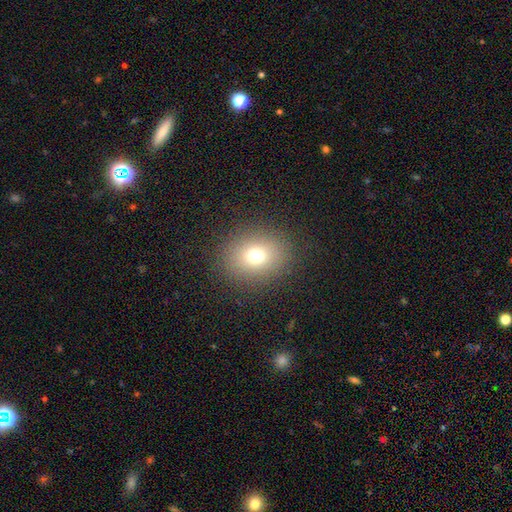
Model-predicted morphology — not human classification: type=smooth (74%); roundness=round (65%); merging=none (88%).